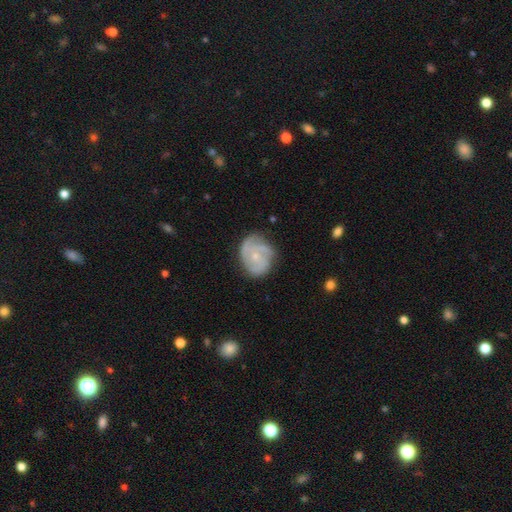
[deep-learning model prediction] This is likely a featured or disk galaxy (77%). It is clearly not viewed edge-on (98%). Bar: likely no (77%). Spiral arm pattern: clearly yes (92%). Spiral arm count: marginally 3 (42%). Spiral winding: possibly tight (56%). Central bulge: likely small (70%). Merging: likely none (65%).